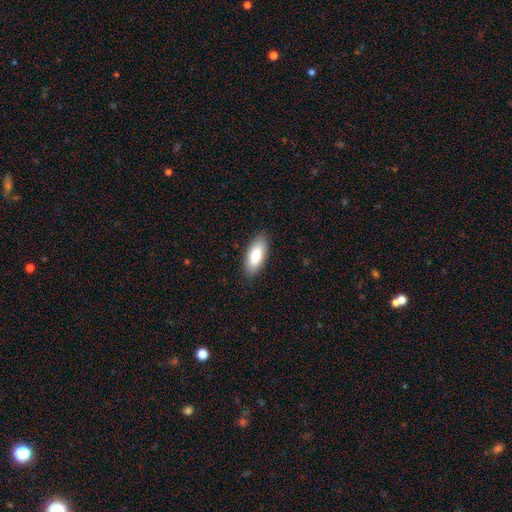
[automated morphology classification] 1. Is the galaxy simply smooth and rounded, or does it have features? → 81% smooth, 13% featured or disk, 6% star or artifact.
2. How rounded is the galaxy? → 84% in between, 14% cigar-shaped, 2% round.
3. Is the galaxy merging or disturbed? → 88% none, 9% minor disturbance, 2% major disturbance, 1% merger.